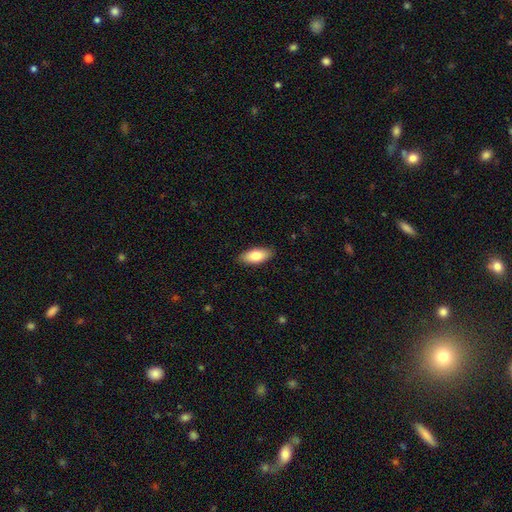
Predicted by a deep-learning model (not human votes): Smooth or featured? smooth (83%)
How rounded? in between (88%)
Merging? none (88%)